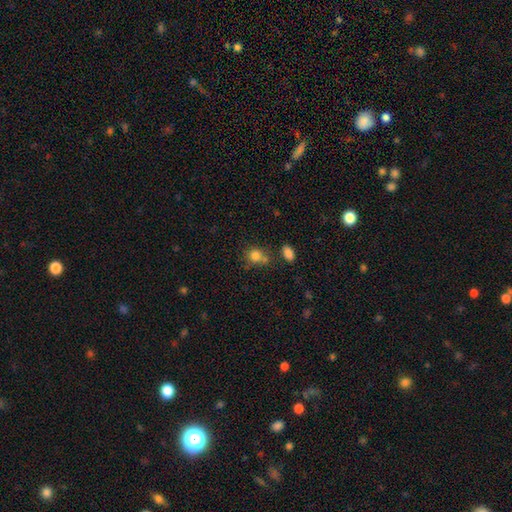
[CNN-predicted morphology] This is clearly a smooth galaxy (81%). How rounded: likely round (75%). Merging: possibly none (57%).